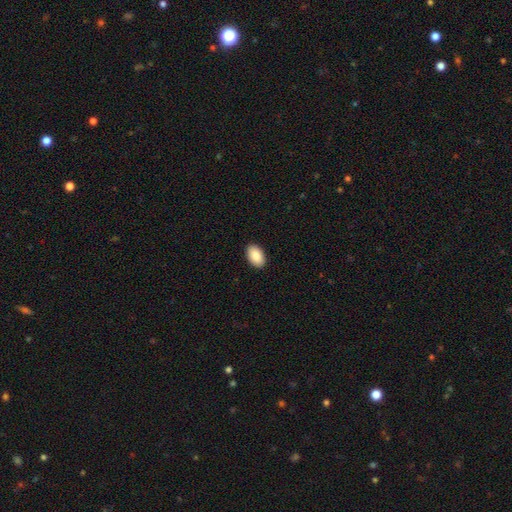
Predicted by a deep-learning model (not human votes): Morphology: type=smooth (89%); roundness=in between (93%); merging=none (91%).